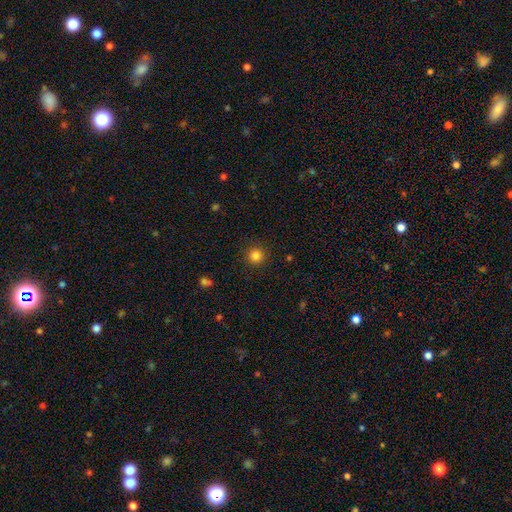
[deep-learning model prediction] smooth 83%, star or artifact 12%, featured or disk 4%. Down the decision tree: how rounded — round (95%); merging — none (90%).